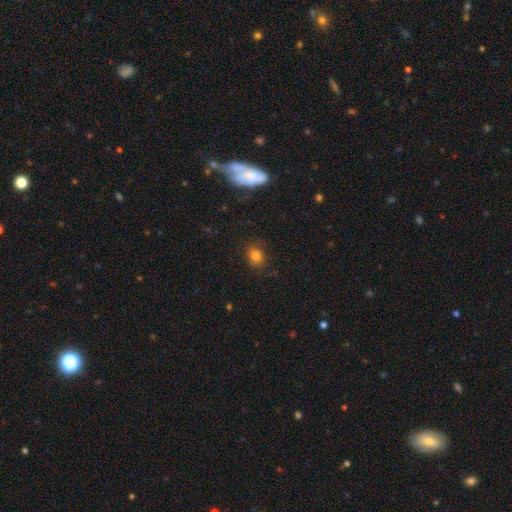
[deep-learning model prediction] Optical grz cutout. It shows a smooth galaxy with no disk features (79%) that is round (61%). Merging: none (81%).